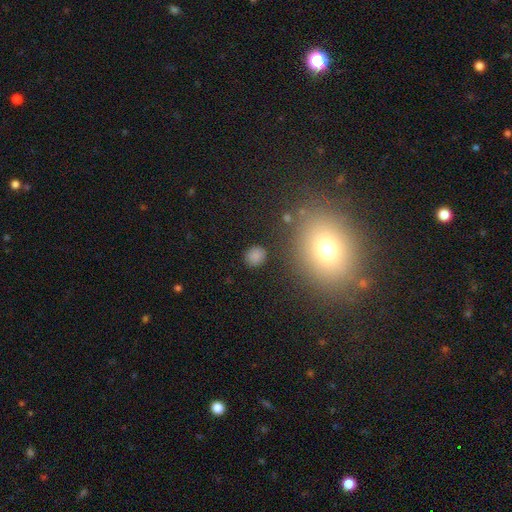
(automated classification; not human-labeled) Morphology: type=smooth (81%); roundness=round (75%); merging=none (85%).